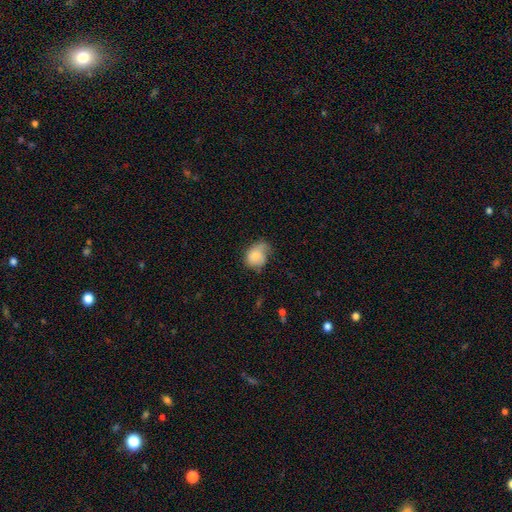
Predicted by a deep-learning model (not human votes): Morphology: type=smooth (71%); roundness=in between (57%); merging=minor disturbance (39%).